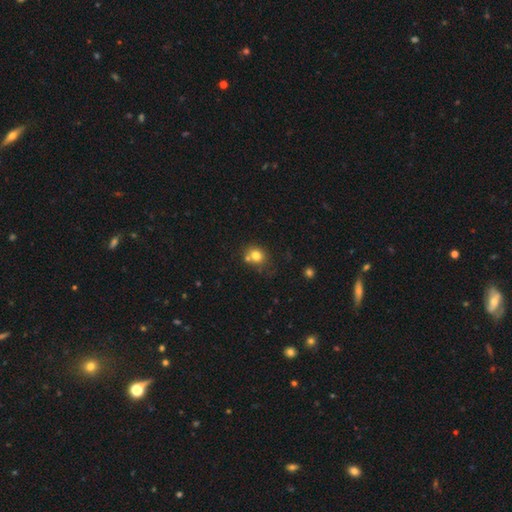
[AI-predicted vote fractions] Q: Smooth or featured?
A: smooth (77%); runner-up: star or artifact (12%)
Q: How rounded?
A: round (75%); runner-up: in between (24%)
Q: Merging?
A: none (58%); runner-up: merger (26%)